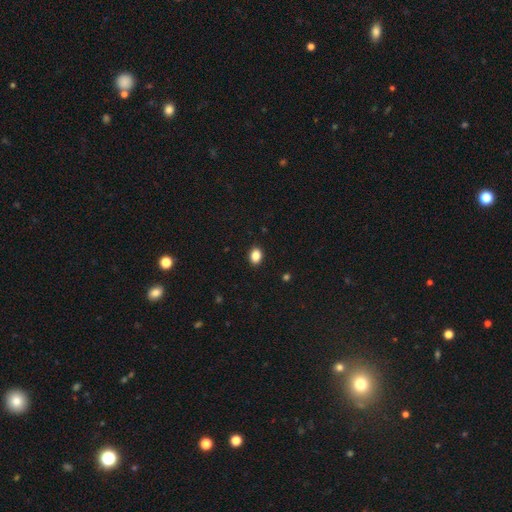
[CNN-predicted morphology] Q: Smooth or featured?
A: smooth (87%); runner-up: star or artifact (9%)
Q: How rounded?
A: in between (68%); runner-up: round (31%)
Q: Merging?
A: none (91%); runner-up: minor disturbance (6%)